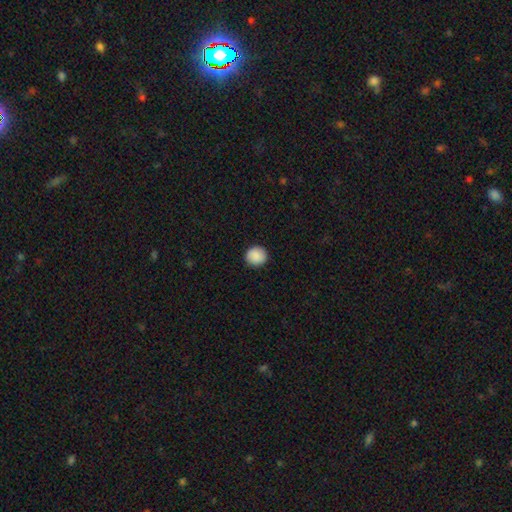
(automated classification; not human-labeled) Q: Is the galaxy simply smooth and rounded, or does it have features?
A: smooth — 88%.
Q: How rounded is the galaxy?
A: round — 91%.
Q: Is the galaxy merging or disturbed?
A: none — 91%.